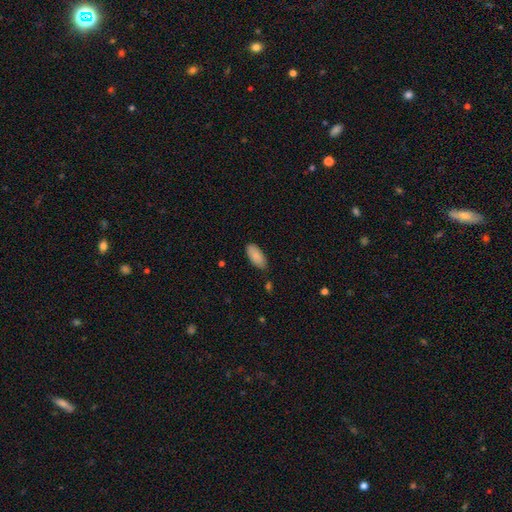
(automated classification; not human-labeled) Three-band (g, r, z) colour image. It shows a smooth galaxy with no disk features (87%) that is in between round and cigar-shaped (91%). Merging: none (79%).